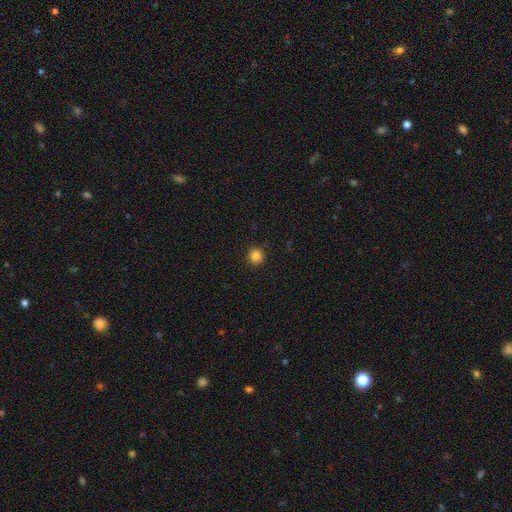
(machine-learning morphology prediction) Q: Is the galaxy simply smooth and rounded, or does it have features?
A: smooth — 85%.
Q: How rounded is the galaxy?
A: round — 95%.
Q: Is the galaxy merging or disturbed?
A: none — 92%.